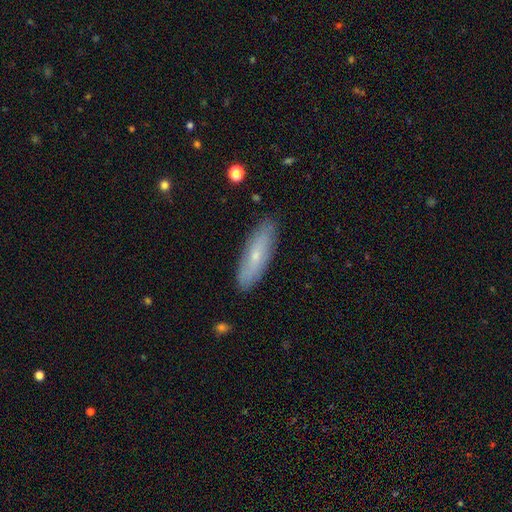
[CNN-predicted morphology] Smooth or featured: smooth — 53% (featured or disk — 39%)
How rounded: cigar-shaped — 54% (in between — 44%)
Merging: none — 87% (minor disturbance — 10%)